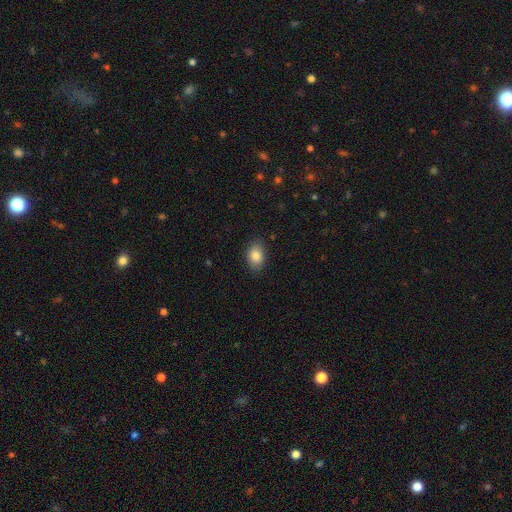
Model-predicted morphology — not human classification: Overall: smooth (85%). How rounded: in between (83%). Merging: none (84%).